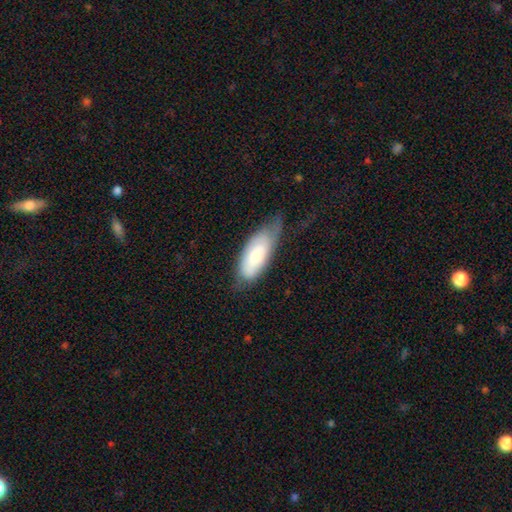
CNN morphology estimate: A smooth galaxy with no disk features (63%) that is in between round and cigar-shaped (81%).

Vote fractions:
- Smooth or featured? smooth: 63% / featured or disk: 31% / star or artifact: 6%
- How rounded? in between: 81% / cigar-shaped: 17% / round: 2%
- Merging? minor disturbance: 41% / none: 40% / major disturbance: 17% / merger: 2%